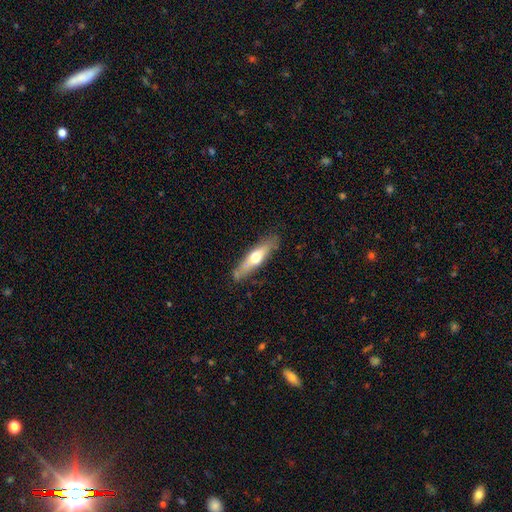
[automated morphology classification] smooth_or_featured: smooth (p=0.49) [alt: featured or disk p=0.45]
merging: none (p=0.79) [alt: minor disturbance p=0.15]